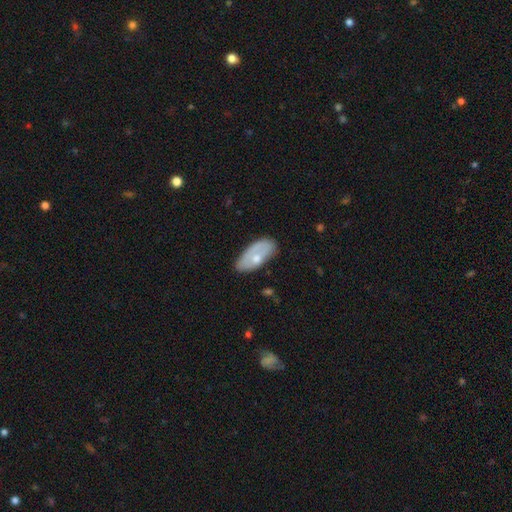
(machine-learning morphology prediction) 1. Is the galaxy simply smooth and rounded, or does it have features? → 54% smooth, 40% featured or disk, 6% star or artifact.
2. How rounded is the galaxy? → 90% in between, 7% cigar-shaped, 3% round.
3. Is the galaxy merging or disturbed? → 63% none, 26% minor disturbance, 8% major disturbance, 3% merger.